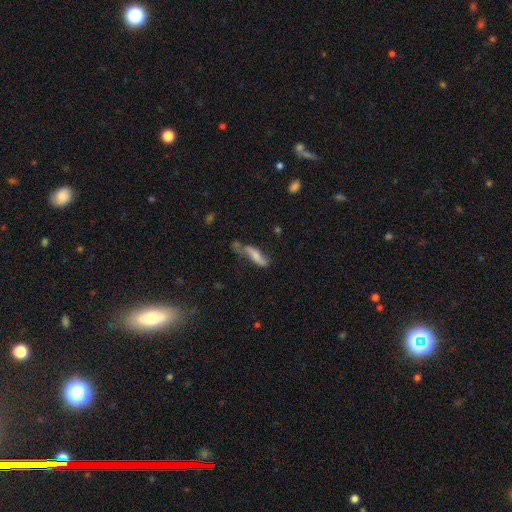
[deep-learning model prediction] Morphology: type=smooth (55%); roundness=cigar-shaped (62%); merging=none (38%).